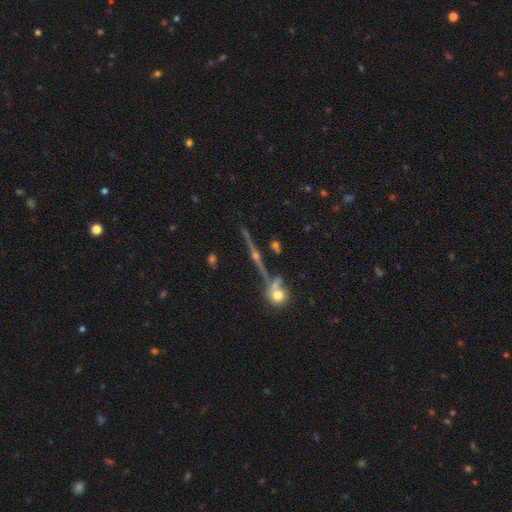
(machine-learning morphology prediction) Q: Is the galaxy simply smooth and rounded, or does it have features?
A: star or artifact — 34%, tied with featured or disk.